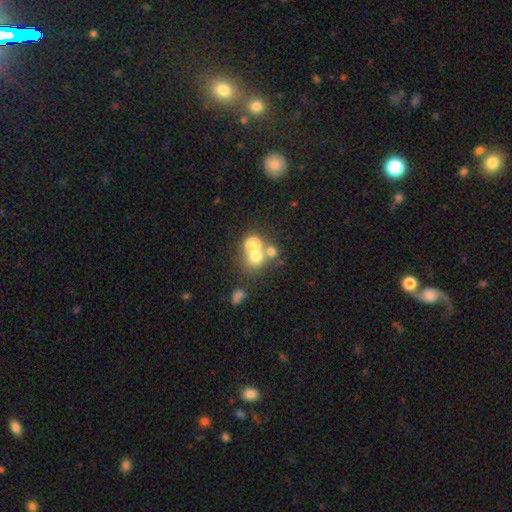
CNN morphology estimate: Smooth or featured: smooth — 64% (star or artifact — 20%)
How rounded: round — 81% (in between — 18%)
Merging: none — 45% (merger — 43%)